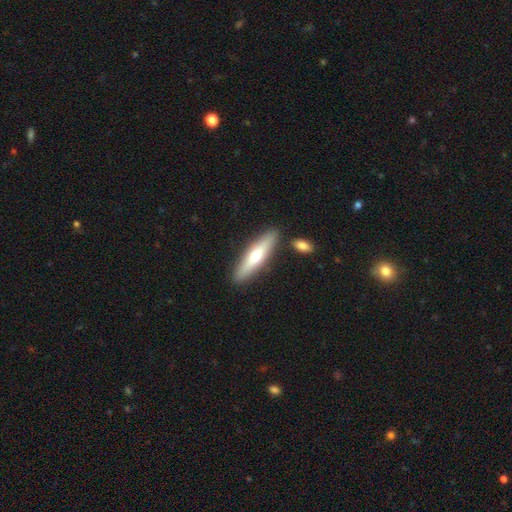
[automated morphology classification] A smooth galaxy with no disk features (56%) that is cigar-shaped (79%). Merging: none (84%).